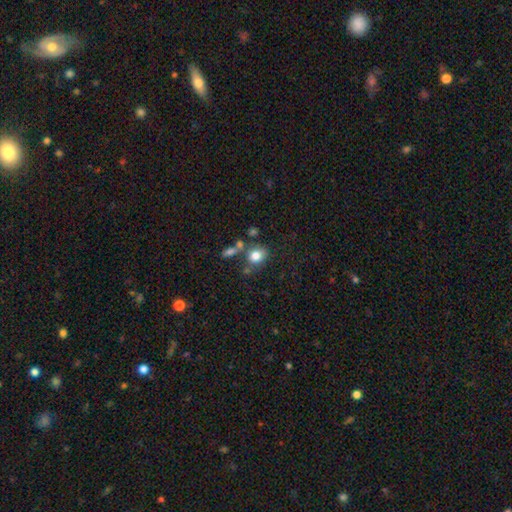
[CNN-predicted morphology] Overall: smooth (80%). How rounded: round (62%; in between 36%). Merging: none (64%).